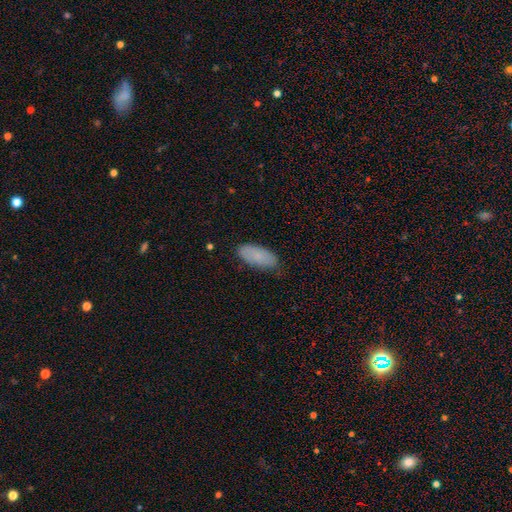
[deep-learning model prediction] smooth 83%, featured or disk 11%, star or artifact 6%. Down the decision tree: how rounded — in between (89%); merging — none (78%).